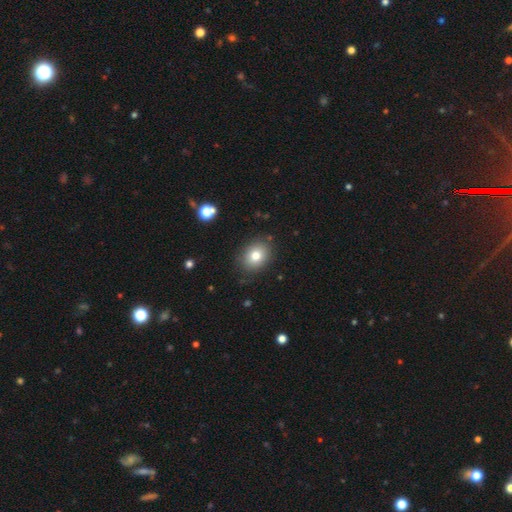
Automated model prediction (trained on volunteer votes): Smooth or featured?
  - smooth: 79% *
  - featured or disk: 11%
  - star or artifact: 11%
How rounded?
  - in between: 50% *
  - round: 49%
  - cigar-shaped: 1%
Merging?
  - none: 86% *
  - minor disturbance: 10%
  - major disturbance: 3%
  - merger: 1%